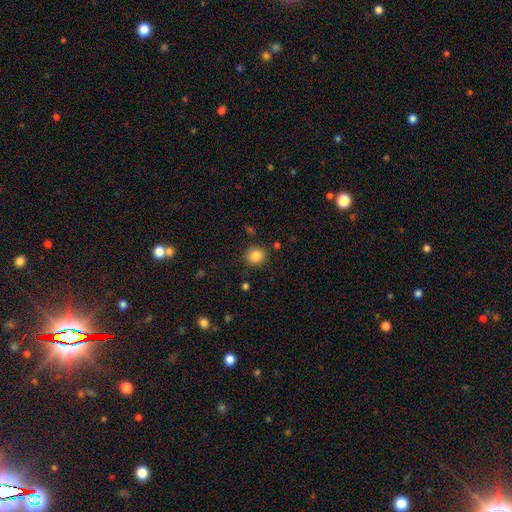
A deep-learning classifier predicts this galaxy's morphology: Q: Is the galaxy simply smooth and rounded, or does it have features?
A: smooth — 85%.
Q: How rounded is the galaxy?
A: round — 85%.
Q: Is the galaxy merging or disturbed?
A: none — 87%.